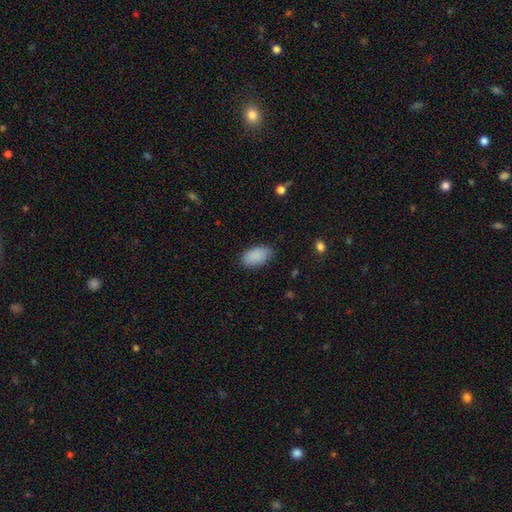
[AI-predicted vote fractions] Morphology: type=smooth (89%); roundness=in between (94%); merging=none (77%).